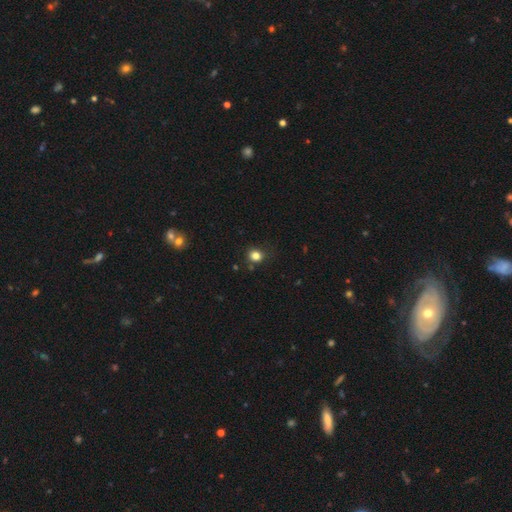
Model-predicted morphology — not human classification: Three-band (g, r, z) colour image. It shows a smooth galaxy with no disk features (82%) that is round (79%). Merging: none (79%).